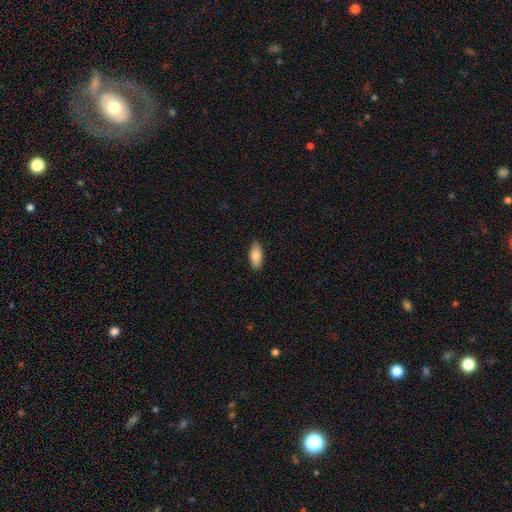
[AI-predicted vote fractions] Morphology: type=smooth (85%); roundness=in between (86%); merging=none (89%).